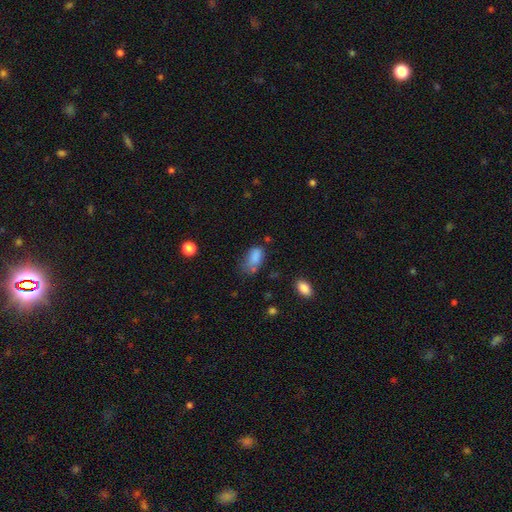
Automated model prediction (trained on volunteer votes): smooth 80%, star or artifact 11%, featured or disk 9%. Down the decision tree: how rounded — in between (89%); merging — none (39%).